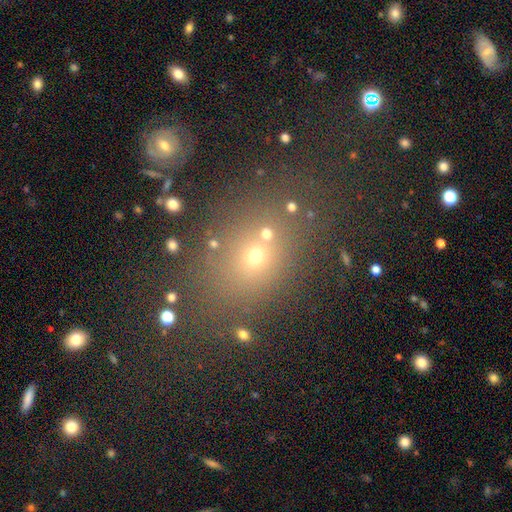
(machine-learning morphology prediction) Overall: smooth (58%; star or artifact 28%). How rounded: in between (55%; round 42%). Merging: none (71%).